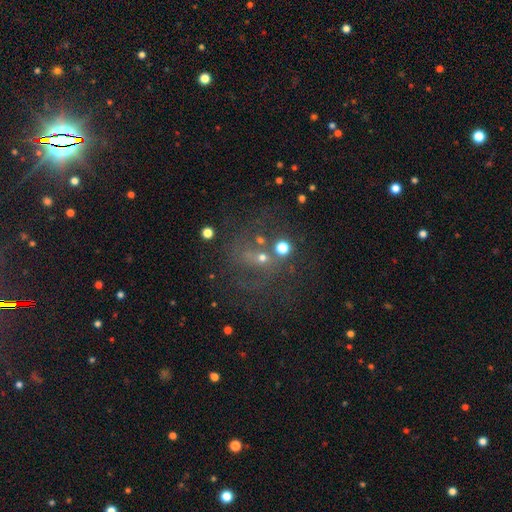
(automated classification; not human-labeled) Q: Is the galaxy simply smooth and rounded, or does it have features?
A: star or artifact — 41%.